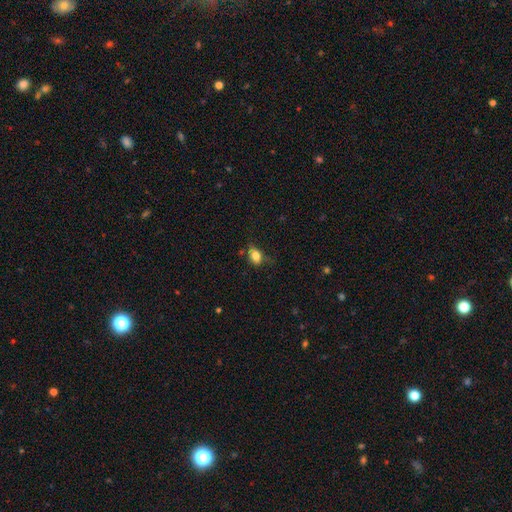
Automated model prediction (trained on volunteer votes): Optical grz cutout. It shows a smooth galaxy with no disk features (80%) that is in between round and cigar-shaped (77%). Merging: none (54%).